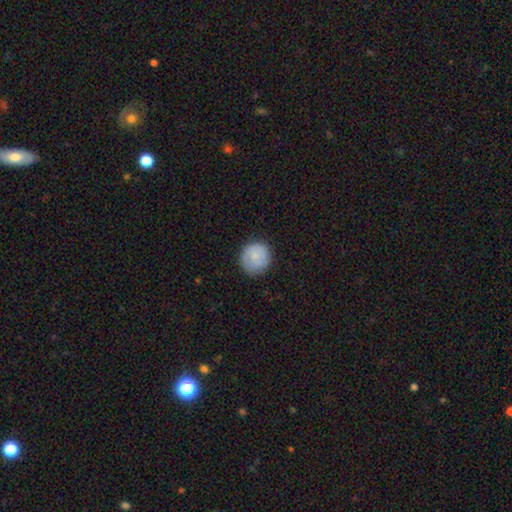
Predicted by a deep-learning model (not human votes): The model was most divided on "smooth or featured": smooth: 77%, featured or disk: 16%, star or artifact: 7%. More confident: how rounded — round (93%); merging — none (80%).